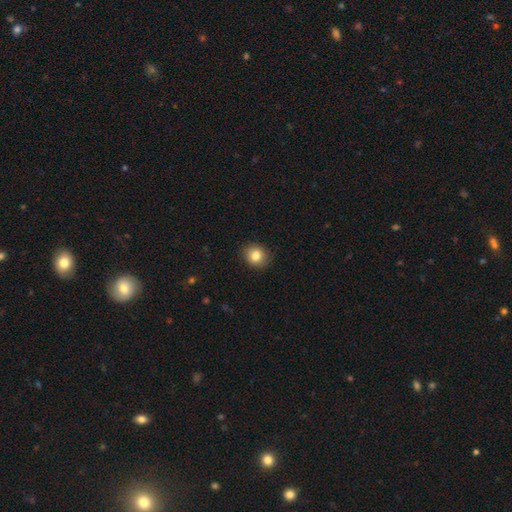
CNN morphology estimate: Q: Smooth or featured?
A: smooth (83%); runner-up: star or artifact (10%)
Q: How rounded?
A: round (76%); runner-up: in between (23%)
Q: Merging?
A: none (89%); runner-up: minor disturbance (8%)